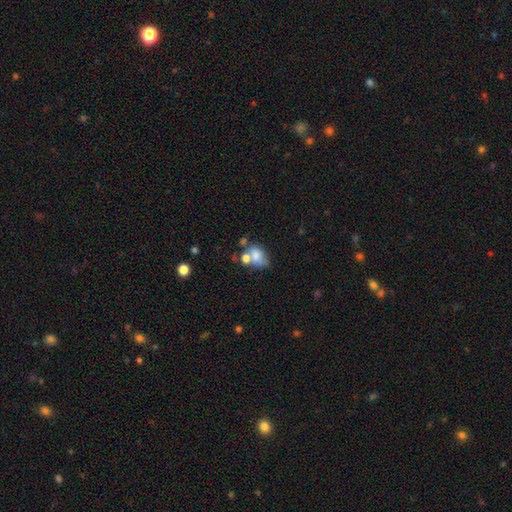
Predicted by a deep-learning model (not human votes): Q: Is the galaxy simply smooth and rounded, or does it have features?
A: smooth — 68%.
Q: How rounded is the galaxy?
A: in between — 71%.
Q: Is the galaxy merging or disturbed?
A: merger — 44%.